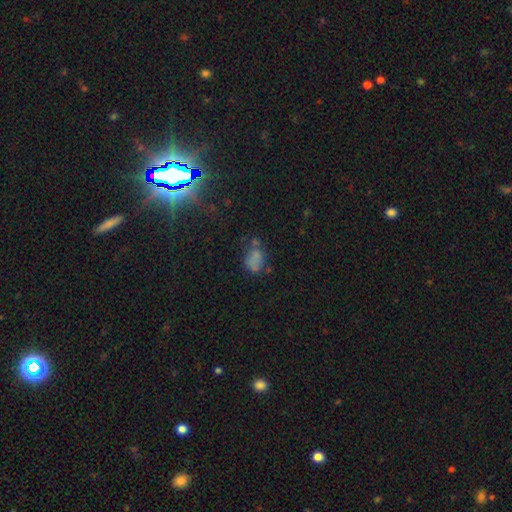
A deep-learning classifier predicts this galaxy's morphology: This appears to be a smooth galaxy with no disk features (47%). Merging: none (47%).